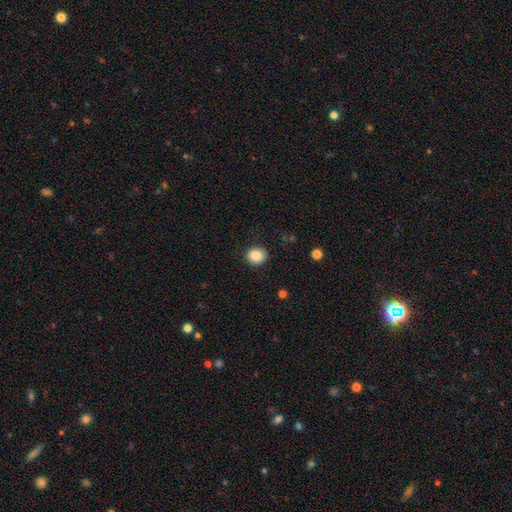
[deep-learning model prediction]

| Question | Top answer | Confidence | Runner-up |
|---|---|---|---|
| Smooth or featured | smooth | 88% | star or artifact (9%) |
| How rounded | round | 78% | in between (21%) |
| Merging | none | 89% | minor disturbance (8%) |